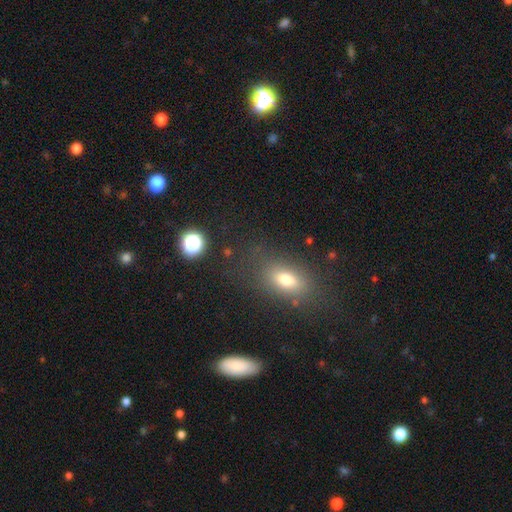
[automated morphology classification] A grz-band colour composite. It shows a smooth galaxy with no disk features (67%) that is in between round and cigar-shaped (73%). Merging: none (77%).